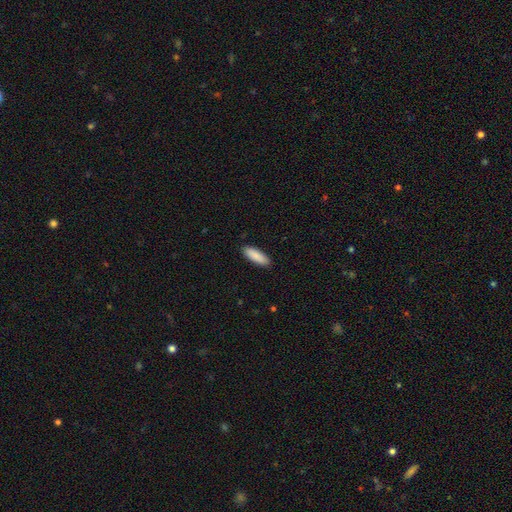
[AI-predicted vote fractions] This appears to be a smooth galaxy with no disk features (90%) that is in between round and cigar-shaped (54%). Merging: none (90%).